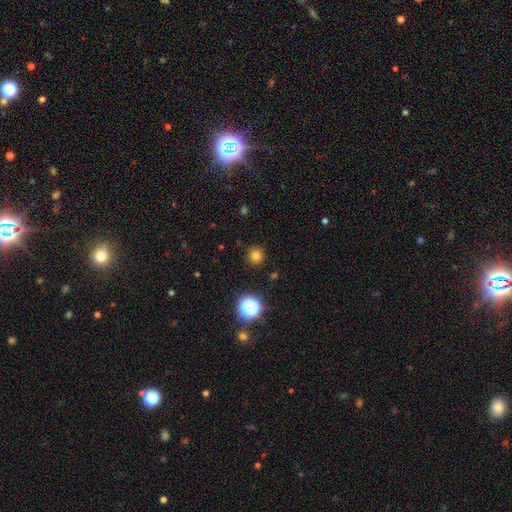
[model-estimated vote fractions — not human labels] Smooth or featured? smooth (78%)
How rounded? round (95%)
Merging? none (91%)